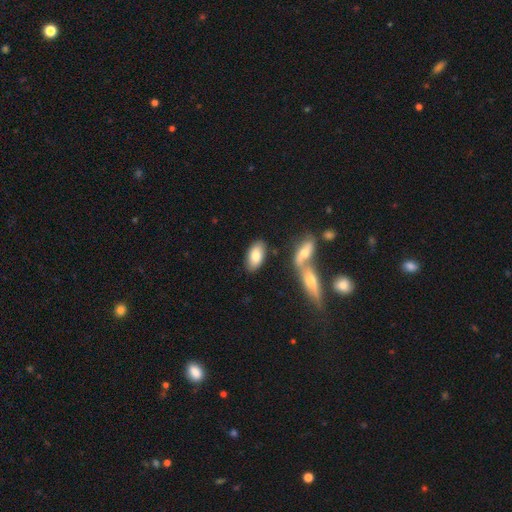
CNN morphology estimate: smooth 78%, featured or disk 16%, star or artifact 6%. Down the decision tree: how rounded — in between (93%); merging — none (75%).